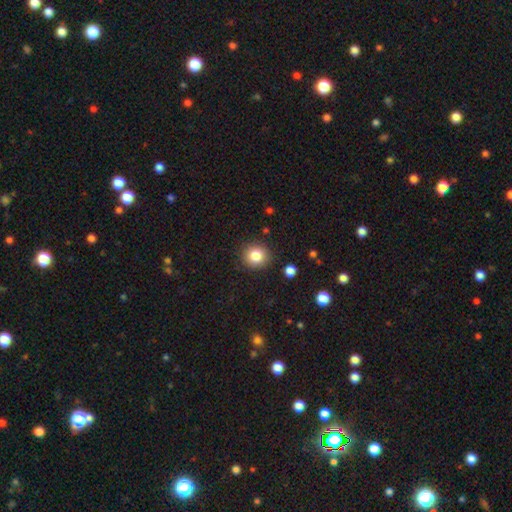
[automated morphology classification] Smooth or featured? smooth (83%)
How rounded? round (89%)
Merging? none (89%)